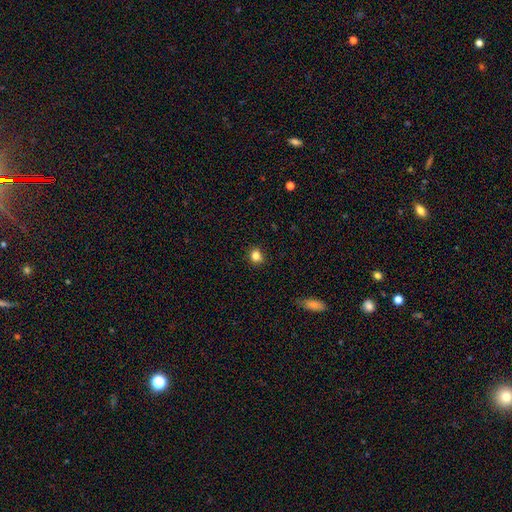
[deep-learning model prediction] This is clearly a smooth galaxy (83%). How rounded: clearly round (80%). Merging: clearly none (88%).